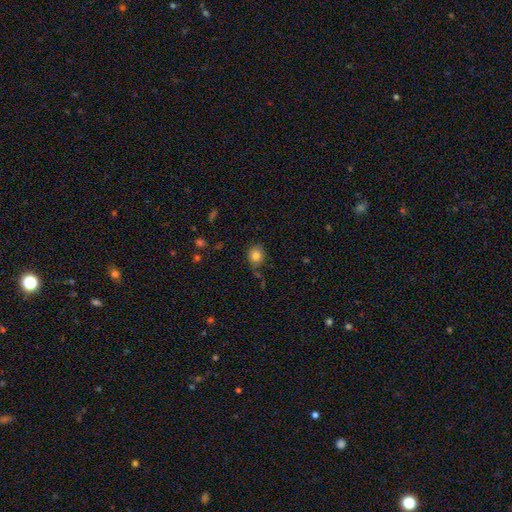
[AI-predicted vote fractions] smooth 82%, star or artifact 11%, featured or disk 7%. Down the decision tree: how rounded — round (80%); merging — none (75%).